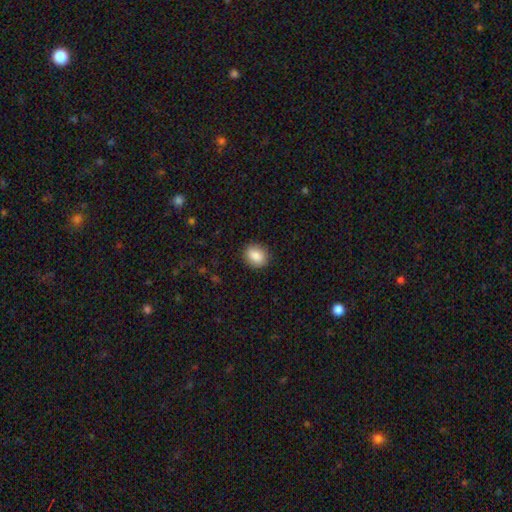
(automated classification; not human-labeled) Smooth or featured?
  - smooth: 85% *
  - star or artifact: 8%
  - featured or disk: 6%
How rounded?
  - round: 59% *
  - in between: 40%
  - cigar-shaped: 1%
Merging?
  - none: 89% *
  - minor disturbance: 8%
  - major disturbance: 2%
  - merger: 1%